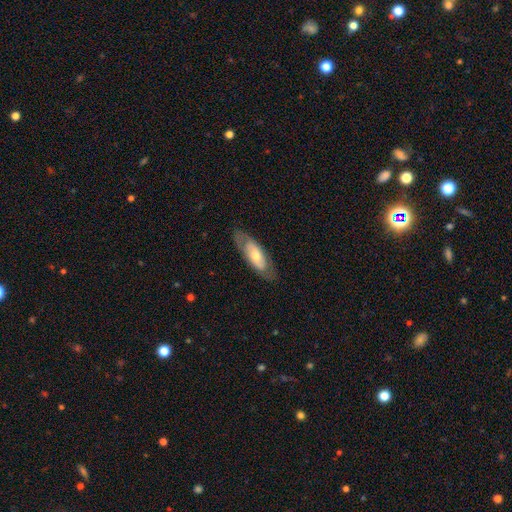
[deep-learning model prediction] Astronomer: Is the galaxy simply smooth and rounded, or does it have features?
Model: featured or disk — 47%, tied with smooth at 47%.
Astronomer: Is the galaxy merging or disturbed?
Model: none — 75%.